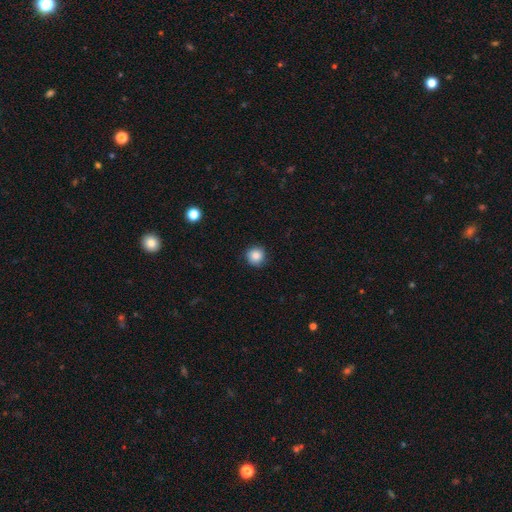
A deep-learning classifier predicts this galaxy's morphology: type=smooth (86%); roundness=round (94%); merging=none (89%).